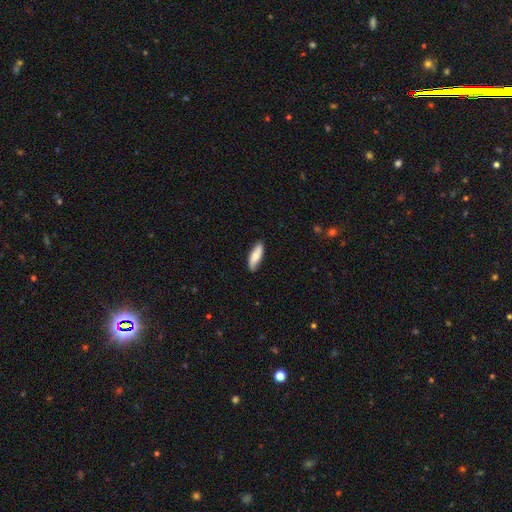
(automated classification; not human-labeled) smooth_or_featured: smooth (p=0.75) [alt: featured or disk p=0.19]
how_rounded: in between (p=0.57) [alt: cigar-shaped p=0.41]
merging: none (p=0.83) [alt: minor disturbance p=0.14]